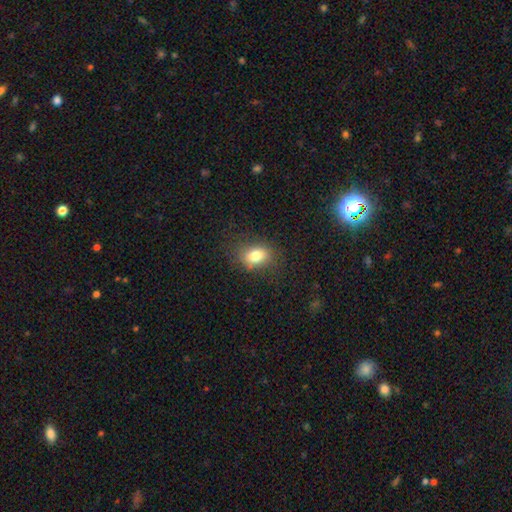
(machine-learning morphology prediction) A smooth galaxy with no disk features (79%) that is in between round and cigar-shaped (70%).

Vote fractions:
- Smooth or featured? smooth: 79% / star or artifact: 11% / featured or disk: 10%
- How rounded? in between: 70% / round: 28% / cigar-shaped: 2%
- Merging? none: 79% / minor disturbance: 14% / major disturbance: 5% / merger: 1%